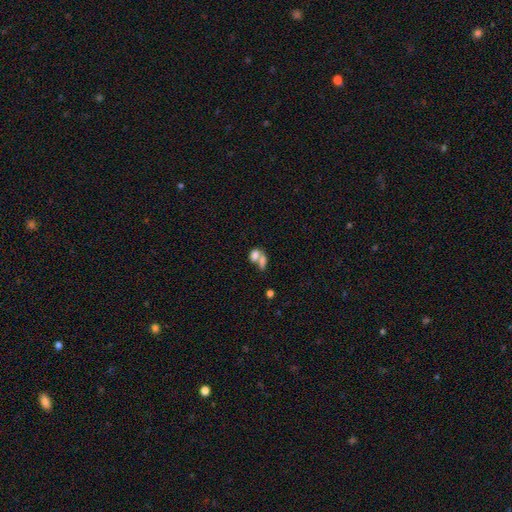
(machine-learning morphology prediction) smooth 75%, featured or disk 15%, star or artifact 10%. Down the decision tree: how rounded — in between (77%); merging — merger (64%).